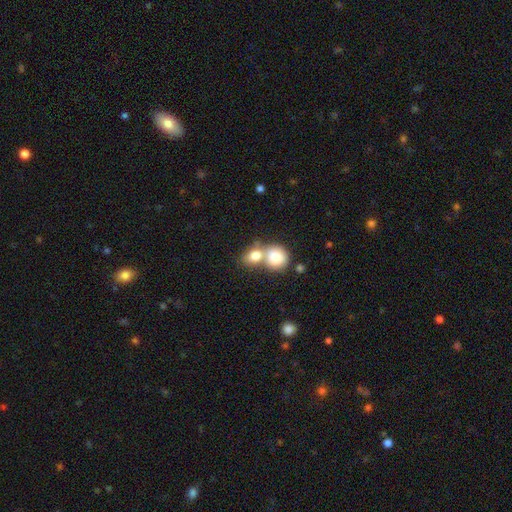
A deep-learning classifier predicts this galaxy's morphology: This appears to be a smooth galaxy with no disk features (81%) that is round (52%). Merging: merger (63%).